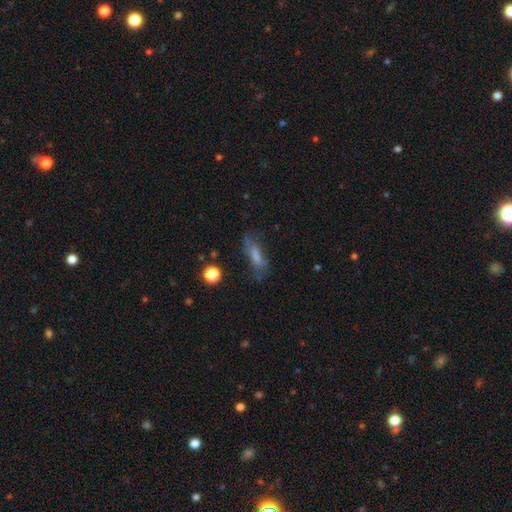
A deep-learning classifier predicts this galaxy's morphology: smooth_or_featured: smooth (p=0.46) [alt: featured or disk p=0.37]
merging: none (p=0.57) [alt: minor disturbance p=0.22]